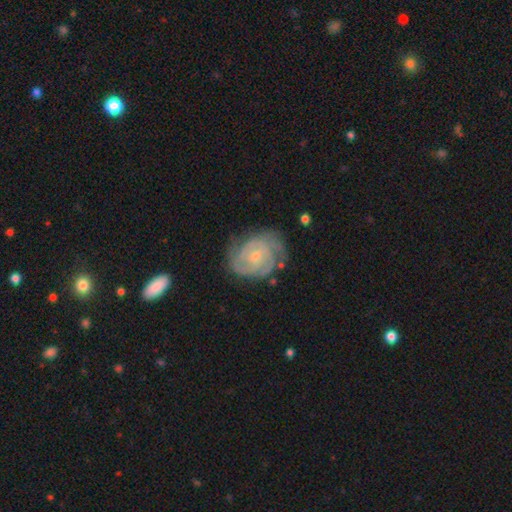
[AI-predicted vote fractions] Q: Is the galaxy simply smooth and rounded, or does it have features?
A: featured or disk — 83%.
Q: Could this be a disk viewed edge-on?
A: no — 98%.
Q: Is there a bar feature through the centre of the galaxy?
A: no — 65%.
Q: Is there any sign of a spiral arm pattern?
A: yes — 94%.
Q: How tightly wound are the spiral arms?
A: tight — 70%.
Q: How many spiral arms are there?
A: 2 — 36%.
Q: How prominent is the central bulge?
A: small — 71%.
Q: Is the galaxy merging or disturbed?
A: none — 65%.